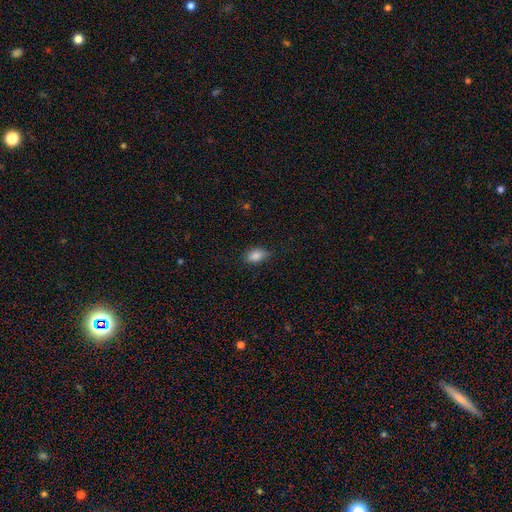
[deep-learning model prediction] smooth_or_featured: smooth (p=0.87) [alt: star or artifact p=0.08]
how_rounded: in between (p=0.87) [alt: round p=0.11]
merging: none (p=0.78) [alt: minor disturbance p=0.17]